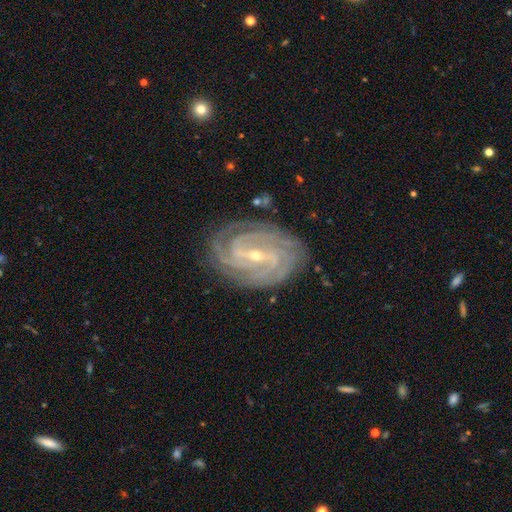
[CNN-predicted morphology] smooth_or_featured: featured or disk (p=0.92) [alt: star or artifact p=0.05]
disk_edge_on: no (p=0.97) [alt: yes p=0.03]
bar: strong (p=0.46) [alt: weak p=0.40]
has_spiral_arms: yes (p=0.98) [alt: no p=0.02]
spiral_winding: tight (p=0.77) [alt: medium p=0.20]
spiral_arm_count: 4 (p=0.36) [alt: 3 p=0.22]
bulge_size: small (p=0.73) [alt: moderate p=0.24]
merging: none (p=0.83) [alt: minor disturbance p=0.13]